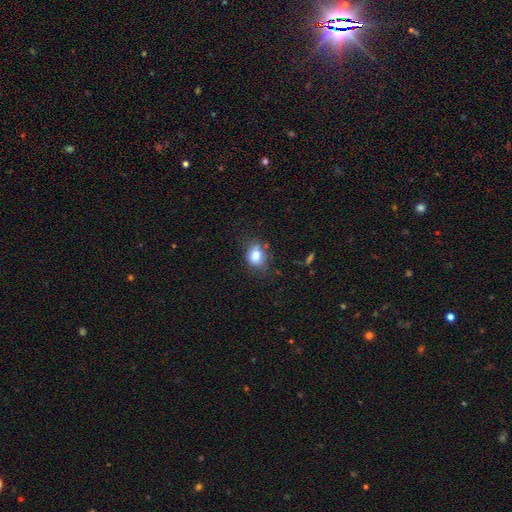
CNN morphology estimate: A smooth galaxy with no disk features (80%) that is in between round and cigar-shaped (54%). Merging: none (65%).